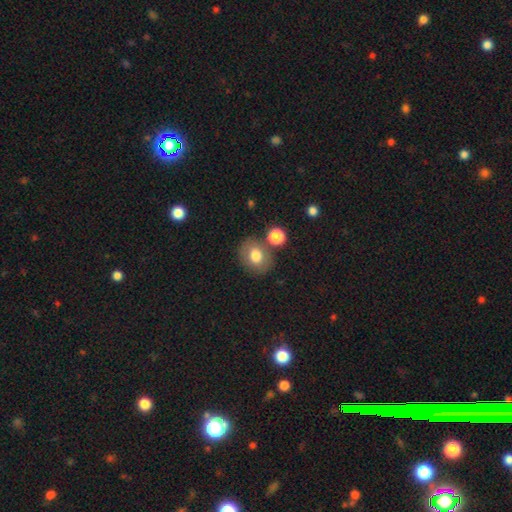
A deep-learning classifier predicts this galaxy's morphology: A smooth galaxy with no disk features (76%) that is round (51%). Merging: none (74%).